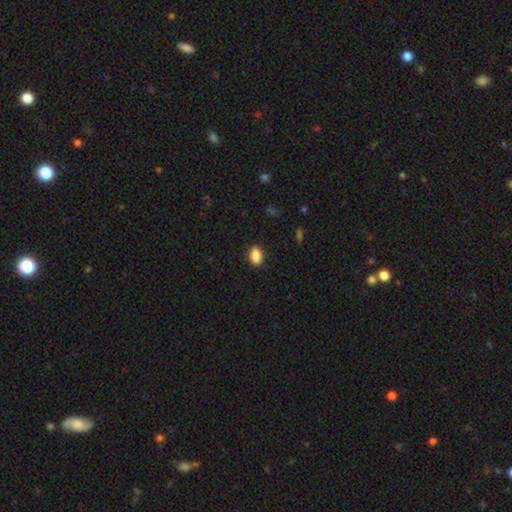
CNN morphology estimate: smooth 88%, star or artifact 8%, featured or disk 4%. Down the decision tree: how rounded — in between (86%); merging — none (87%).